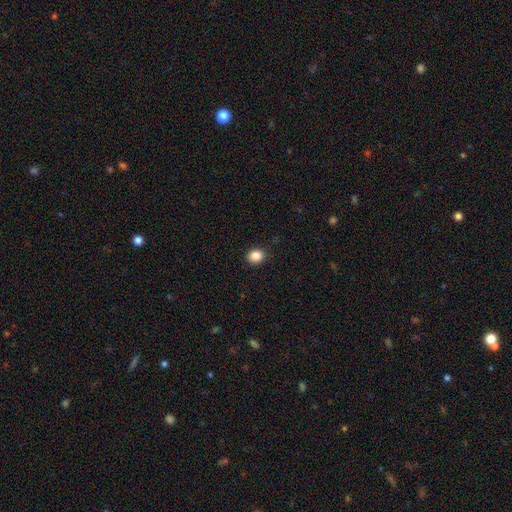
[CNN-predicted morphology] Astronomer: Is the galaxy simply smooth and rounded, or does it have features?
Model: smooth — 86%.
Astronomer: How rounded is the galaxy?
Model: round — 71%.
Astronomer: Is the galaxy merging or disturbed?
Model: none — 91%.